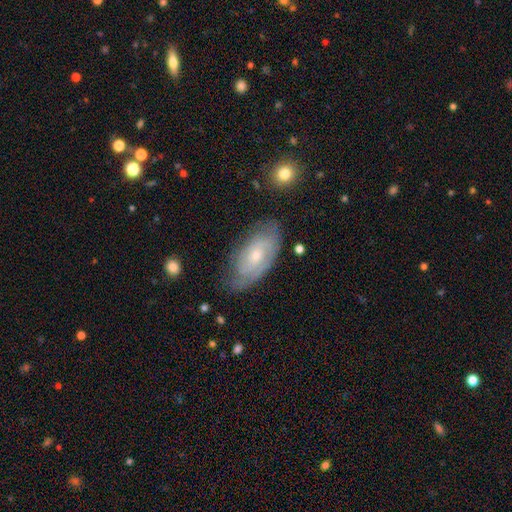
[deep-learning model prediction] Smooth or featured?
  - featured or disk: 71% *
  - smooth: 23%
  - star or artifact: 6%
Edge-on disk?
  - no: 93% *
  - yes: 7%
Bar?
  - no: 66% *
  - weak: 30%
  - strong: 4%
Spiral arms?
  - yes: 88% *
  - no: 12%
Spiral winding?
  - tight: 62% *
  - medium: 29%
  - loose: 9%
Spiral arm count?
  - can't tell: 41% *
  - 2: 38%
  - 1: 8%
  - 3: 8%
  - 4: 3%
  - more than 4: 2%
Bulge size?
  - small: 56% *
  - moderate: 39%
  - none: 2%
  - large: 2%
  - dominant: 1%
Merging?
  - none: 68% *
  - minor disturbance: 23%
  - major disturbance: 7%
  - merger: 2%